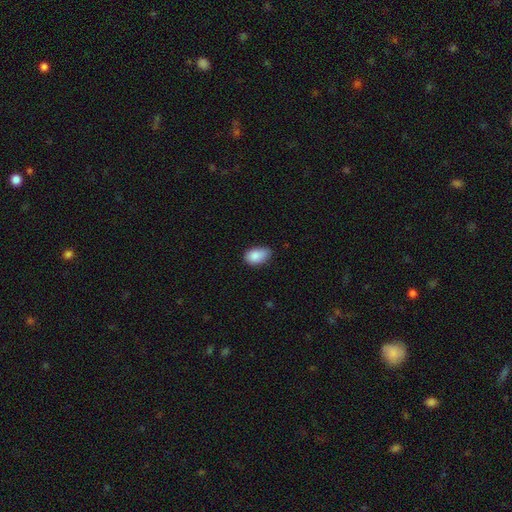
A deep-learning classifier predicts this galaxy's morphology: A smooth galaxy with no disk features (87%) that is in between round and cigar-shaped (91%).

Vote fractions:
- Smooth or featured? smooth: 87% / star or artifact: 8% / featured or disk: 6%
- How rounded? in between: 91% / round: 7% / cigar-shaped: 2%
- Merging? none: 60% / minor disturbance: 33% / major disturbance: 5% / merger: 2%